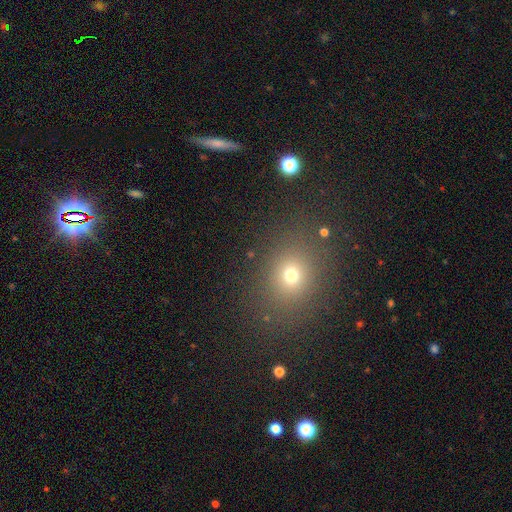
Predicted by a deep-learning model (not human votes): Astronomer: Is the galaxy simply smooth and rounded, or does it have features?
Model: smooth — 59%.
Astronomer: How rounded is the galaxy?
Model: round — 54% (runner-up: in between, 45%).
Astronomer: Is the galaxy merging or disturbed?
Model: none — 87%.